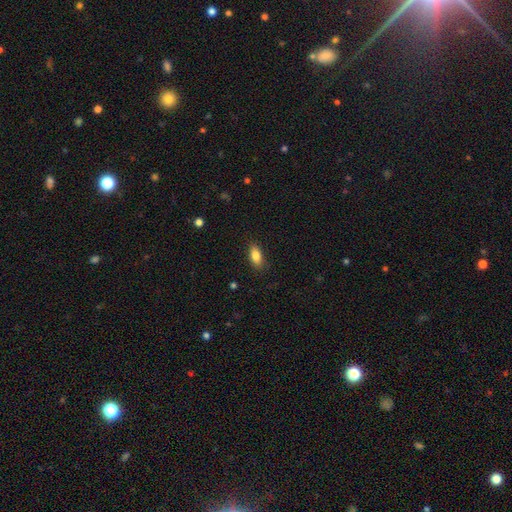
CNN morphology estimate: Overall: smooth (84%). How rounded: in between (87%). Merging: none (84%).